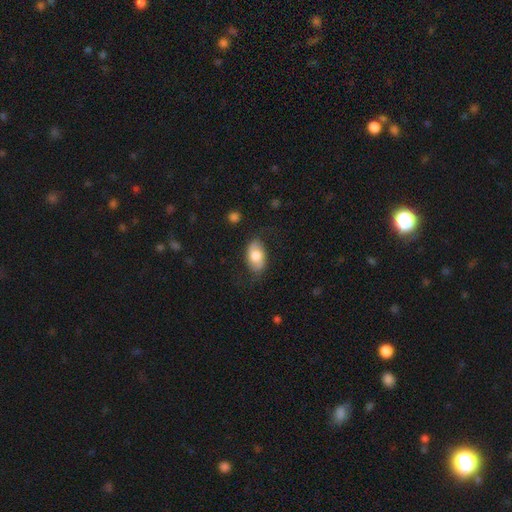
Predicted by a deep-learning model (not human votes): Overall: smooth (70%). How rounded: in between (92%). Merging: none (72%).